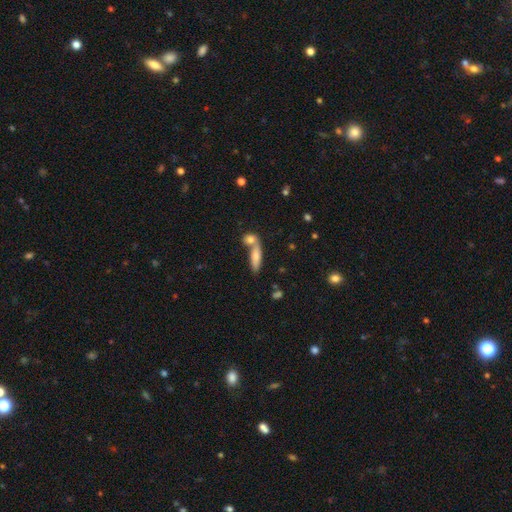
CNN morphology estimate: type=smooth (74%); roundness=cigar-shaped (54%); merging=none (46%).